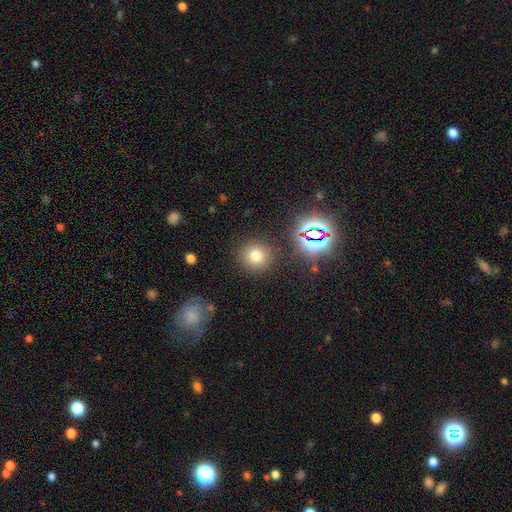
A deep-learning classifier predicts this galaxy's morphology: smooth-or-featured: smooth: 71% | star or artifact: 20% | featured or disk: 9%
  how-rounded: round: 92% | in between: 7% | cigar-shaped: 1%
  merging: none: 87% | minor disturbance: 7% | major disturbance: 3% | merger: 3%